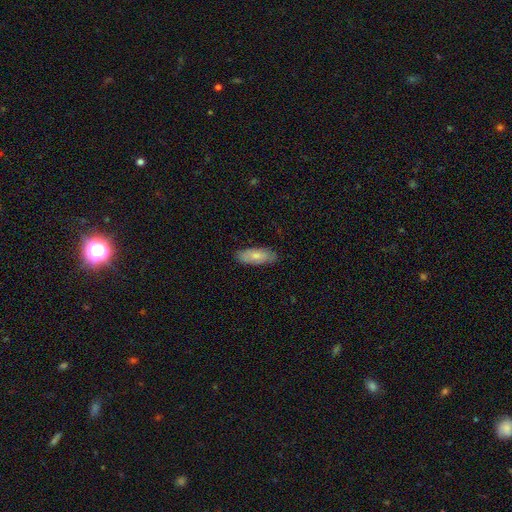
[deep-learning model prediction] Smooth or featured? smooth (74%)
How rounded? in between (80%)
Merging? none (83%)